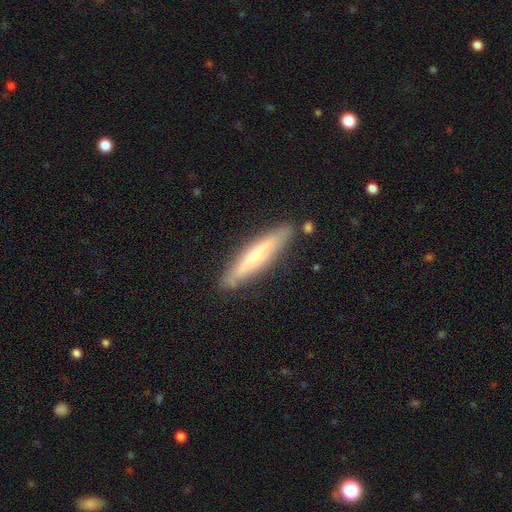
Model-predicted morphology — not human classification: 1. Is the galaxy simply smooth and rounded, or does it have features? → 47% featured or disk (tied), 47% smooth (tied), 6% star or artifact.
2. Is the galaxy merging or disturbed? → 84% none, 11% minor disturbance, 3% merger, 2% major disturbance.